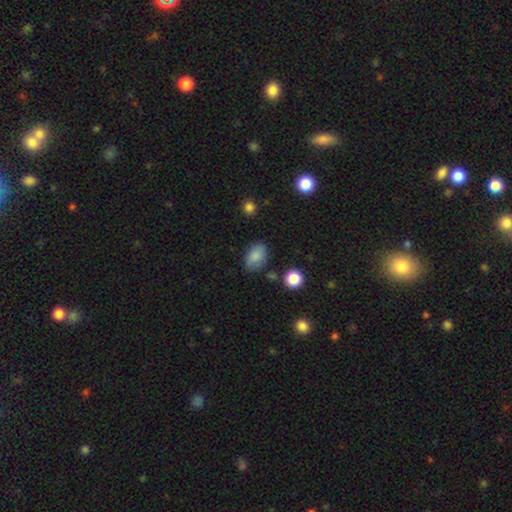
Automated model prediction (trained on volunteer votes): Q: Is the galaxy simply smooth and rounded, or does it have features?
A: smooth — 83%.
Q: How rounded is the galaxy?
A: in between — 85%.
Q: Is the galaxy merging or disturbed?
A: none — 72%.